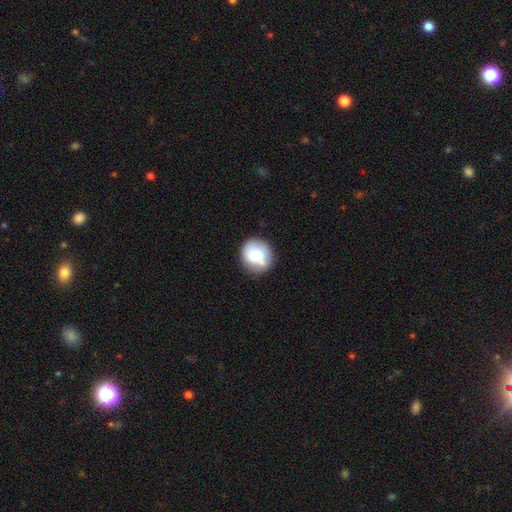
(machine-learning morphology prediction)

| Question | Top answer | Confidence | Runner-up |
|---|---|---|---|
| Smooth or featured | smooth | 75% | featured or disk (17%) |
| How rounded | round | 86% | in between (13%) |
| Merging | none | 71% | minor disturbance (17%) |